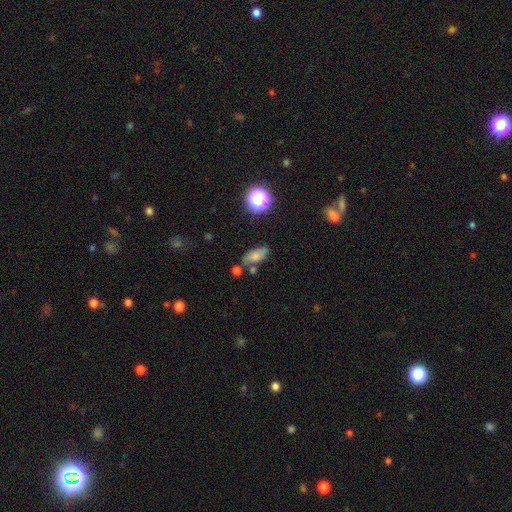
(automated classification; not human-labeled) Q: Smooth or featured?
A: smooth (70%); runner-up: featured or disk (15%)
Q: How rounded?
A: in between (77%); runner-up: cigar-shaped (15%)
Q: Merging?
A: none (66%); runner-up: minor disturbance (19%)